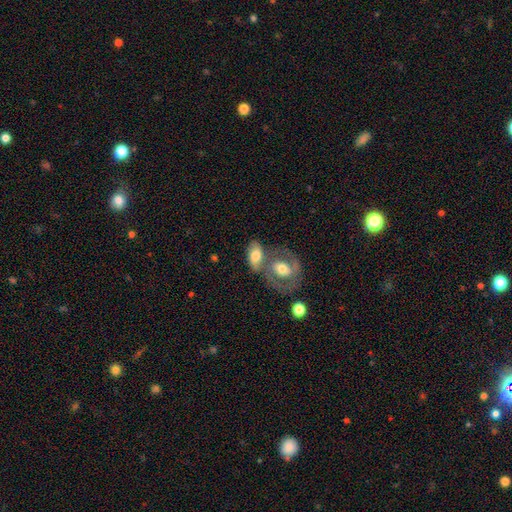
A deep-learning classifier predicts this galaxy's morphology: Overall: smooth (61%; featured or disk 33%). How rounded: in between (85%). Merging: merger (48%; none 34%).